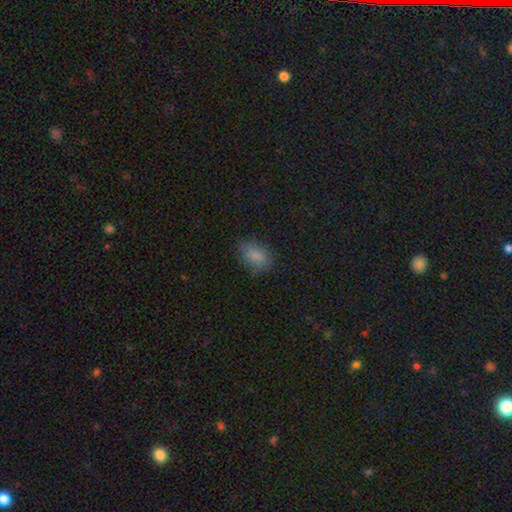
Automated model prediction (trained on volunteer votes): Overall: smooth (84%). How rounded: in between (86%). Merging: none (76%).